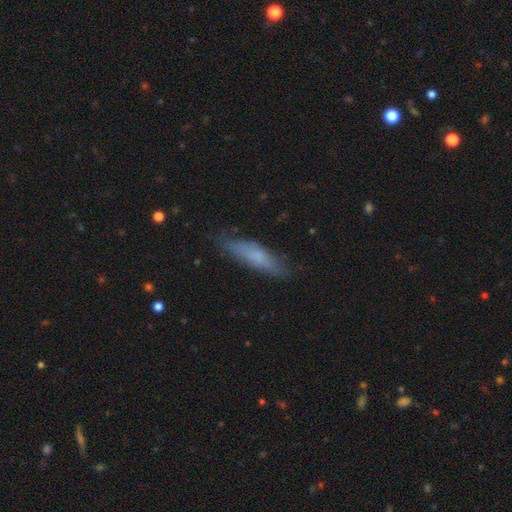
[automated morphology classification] This appears to be a smooth galaxy with no disk features (66%) that is cigar-shaped (70%). Merging: none (76%).